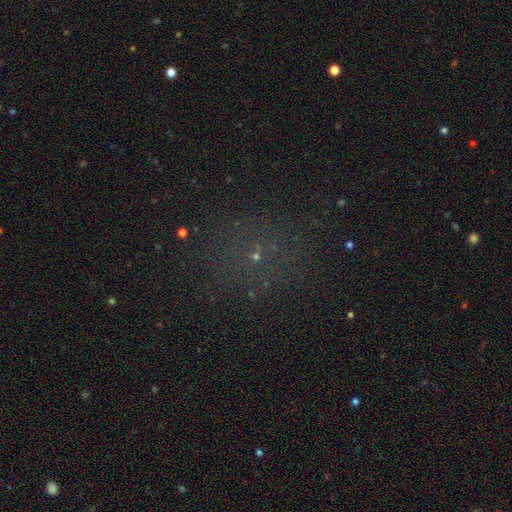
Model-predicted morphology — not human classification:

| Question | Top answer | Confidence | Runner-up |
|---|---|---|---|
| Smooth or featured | star or artifact | 51% | smooth (38%) |